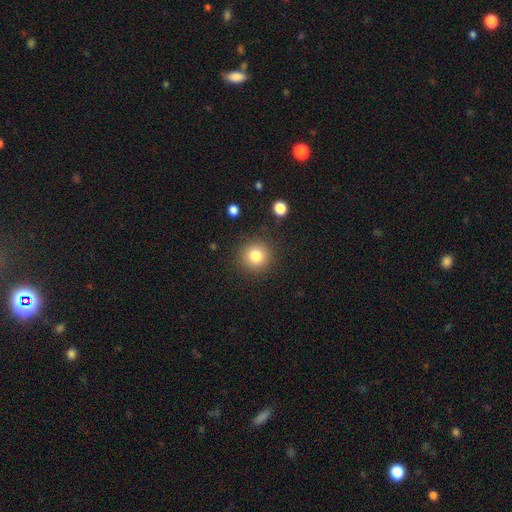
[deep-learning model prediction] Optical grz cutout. It shows a smooth galaxy with no disk features (81%) that is round (92%). Merging: none (88%).